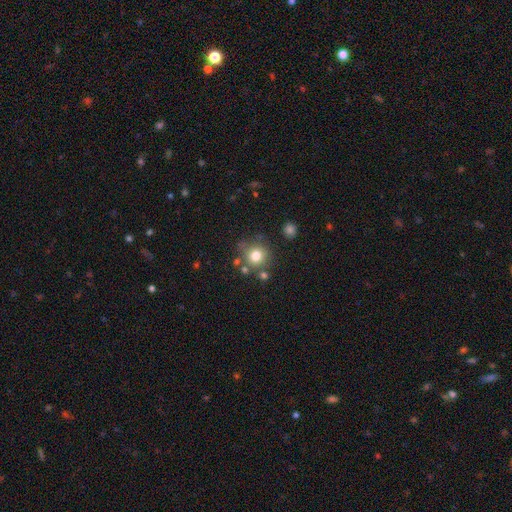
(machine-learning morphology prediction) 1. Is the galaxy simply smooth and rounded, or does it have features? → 76% smooth, 13% star or artifact, 11% featured or disk.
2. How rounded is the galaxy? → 89% round, 10% in between, 1% cigar-shaped.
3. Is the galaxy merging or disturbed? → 69% none, 14% minor disturbance, 11% merger, 5% major disturbance.